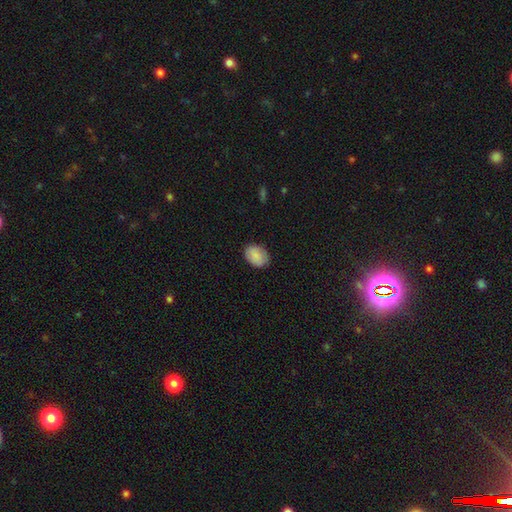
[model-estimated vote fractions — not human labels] smooth_or_featured: smooth (p=0.88) [alt: star or artifact p=0.07]
how_rounded: in between (p=0.78) [alt: round p=0.21]
merging: none (p=0.85) [alt: minor disturbance p=0.12]